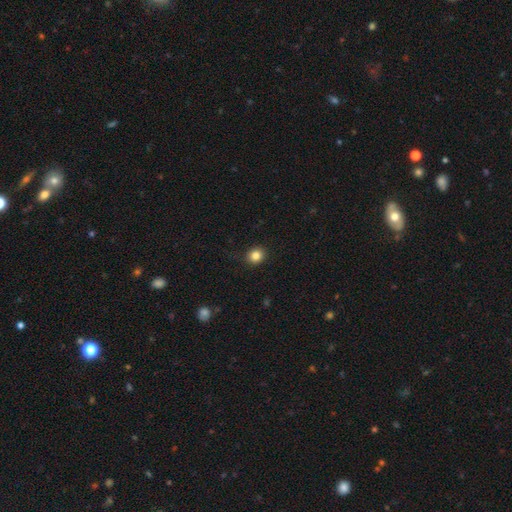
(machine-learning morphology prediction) A smooth galaxy with no disk features (84%) that is round (80%). Merging: none (89%).